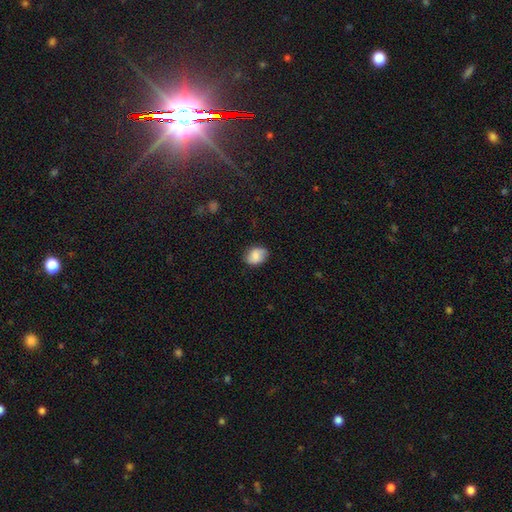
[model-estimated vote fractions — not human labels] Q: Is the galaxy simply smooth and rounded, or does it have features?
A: smooth — 75%.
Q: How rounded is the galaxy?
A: in between — 71%.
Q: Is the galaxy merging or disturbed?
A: none — 79%.